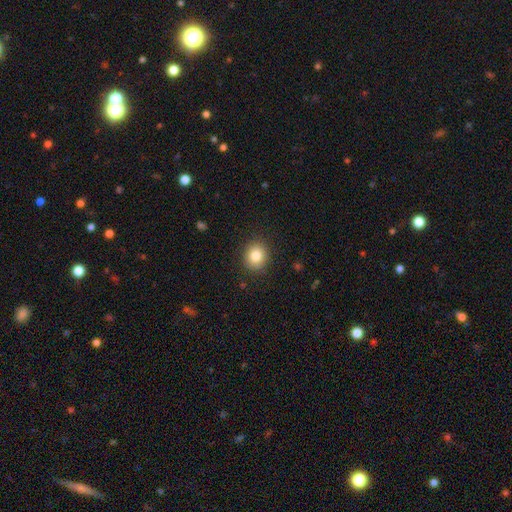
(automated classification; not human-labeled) The model was most divided on "how rounded": round: 78%, in between: 22%, cigar-shaped: 1%. More confident: merging — none (88%); smooth or featured — smooth (83%).